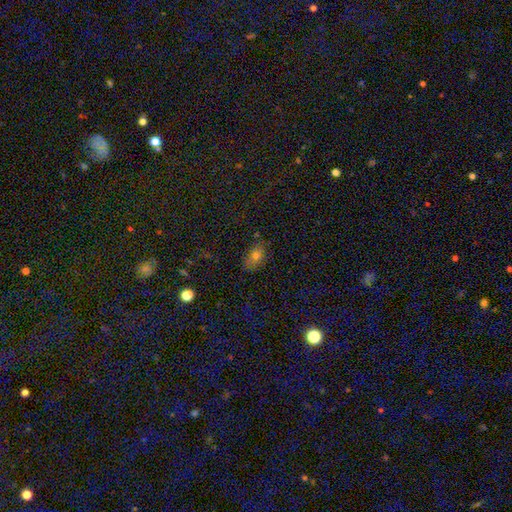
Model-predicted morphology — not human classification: Q: Smooth or featured?
A: smooth (71%); runner-up: star or artifact (16%)
Q: How rounded?
A: in between (83%); runner-up: round (13%)
Q: Merging?
A: none (73%); runner-up: minor disturbance (19%)